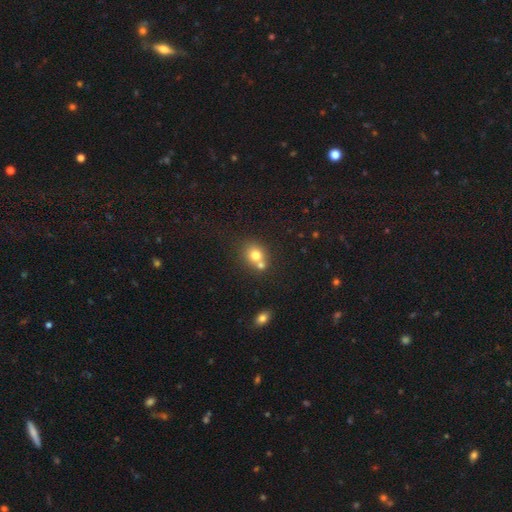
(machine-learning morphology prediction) A smooth galaxy with no disk features (75%) that is round (73%).

Vote fractions:
- Smooth or featured? smooth: 75% / featured or disk: 13% / star or artifact: 12%
- How rounded? round: 73% / in between: 26% / cigar-shaped: 1%
- Merging? none: 46% / merger: 43% / minor disturbance: 9% / major disturbance: 3%